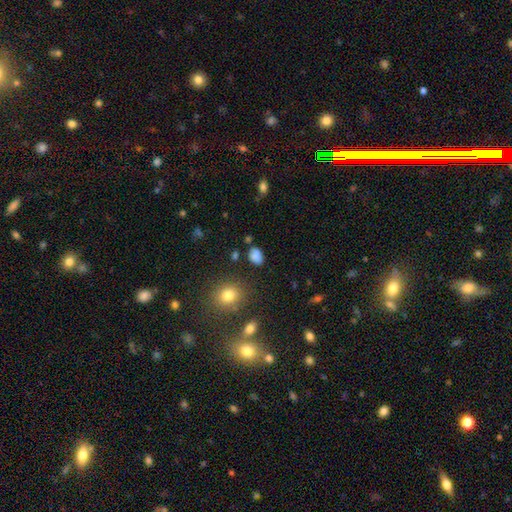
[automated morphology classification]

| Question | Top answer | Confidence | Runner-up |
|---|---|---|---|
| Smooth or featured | smooth | 82% | star or artifact (12%) |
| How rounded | in between | 78% | round (20%) |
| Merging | none | 72% | minor disturbance (18%) |